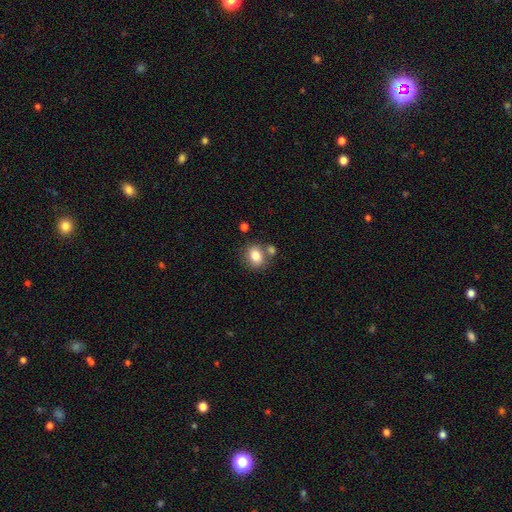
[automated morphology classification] type=smooth (82%); roundness=round (52%); merging=none (63%).